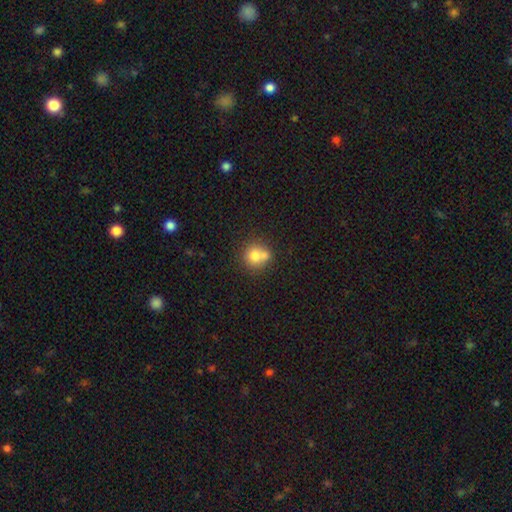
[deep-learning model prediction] Smooth or featured: smooth — 74% (featured or disk — 15%)
How rounded: round — 83% (in between — 16%)
Merging: none — 44% (merger — 40%)